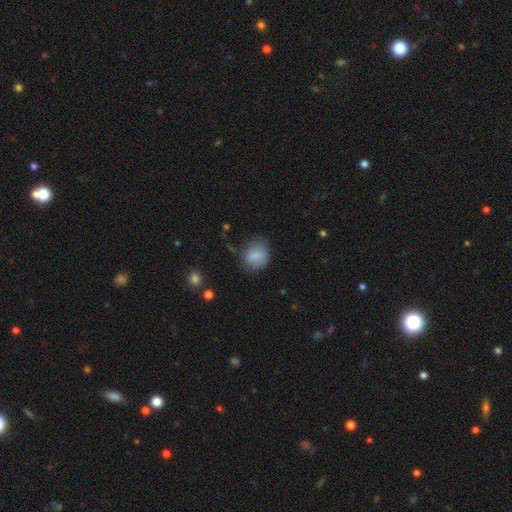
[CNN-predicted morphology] smooth_or_featured: smooth (p=0.78) [alt: featured or disk p=0.13]
how_rounded: round (p=0.57) [alt: in between p=0.42]
merging: none (p=0.64) [alt: minor disturbance p=0.25]